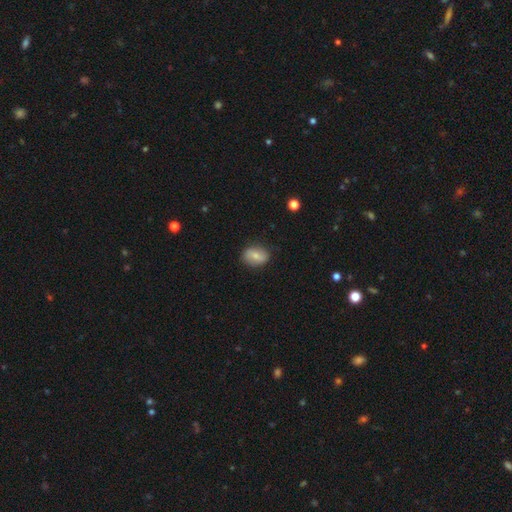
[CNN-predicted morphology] Smooth or featured? Predicted: smooth (p=0.68). How rounded? Predicted: in between (p=0.71). Merging? Predicted: none (p=0.82).